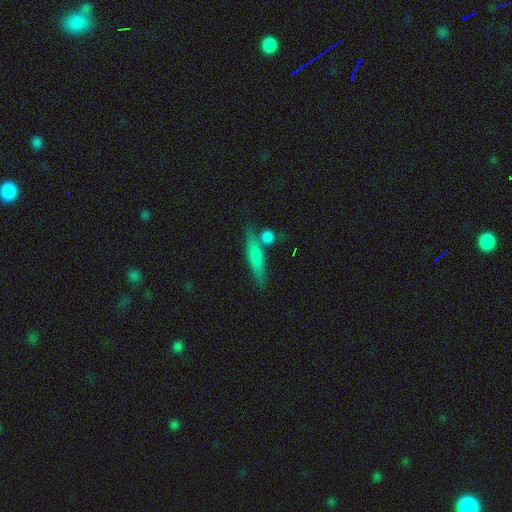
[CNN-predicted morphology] smooth-or-featured: smooth: 68% | featured or disk: 25% | star or artifact: 7%
  how-rounded: cigar-shaped: 76% | in between: 20% | round: 4%
  merging: none: 63% | merger: 18% | minor disturbance: 14% | major disturbance: 5%